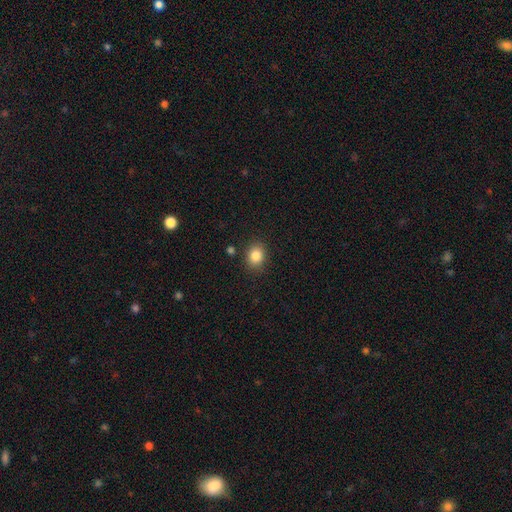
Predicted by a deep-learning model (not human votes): Morphology: type=smooth (84%); roundness=round (53%); merging=none (85%).